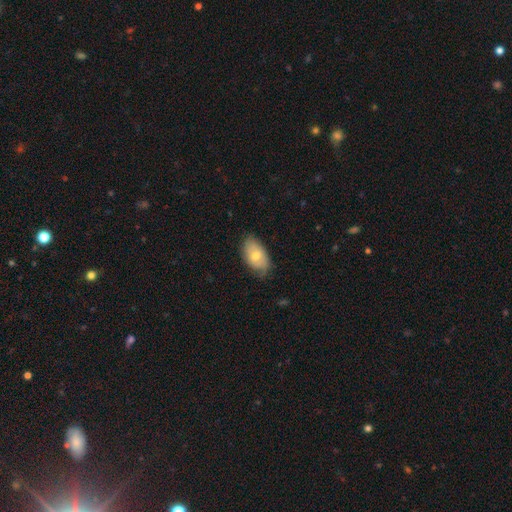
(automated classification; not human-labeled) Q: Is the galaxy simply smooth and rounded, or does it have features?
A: smooth — 58%.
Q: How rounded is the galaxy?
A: in between — 92%.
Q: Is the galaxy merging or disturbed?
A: none — 69%.